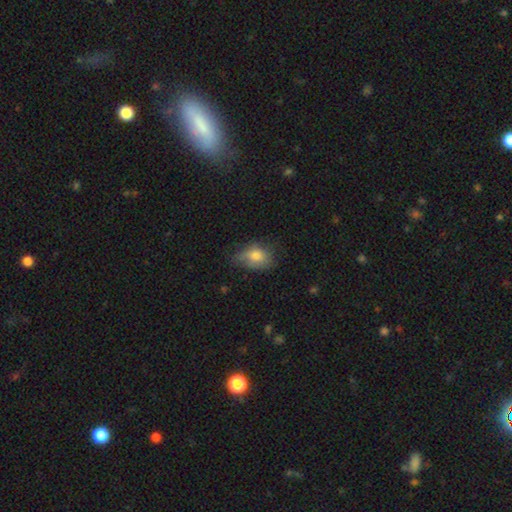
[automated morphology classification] Q: Smooth or featured?
A: smooth (77%); runner-up: featured or disk (15%)
Q: How rounded?
A: in between (80%); runner-up: round (18%)
Q: Merging?
A: none (49%); runner-up: minor disturbance (37%)